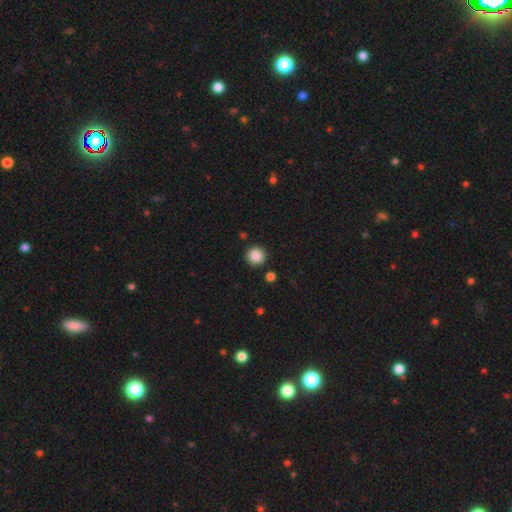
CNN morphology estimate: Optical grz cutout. It shows a smooth galaxy with no disk features (87%) that is round (94%). Merging: none (90%).